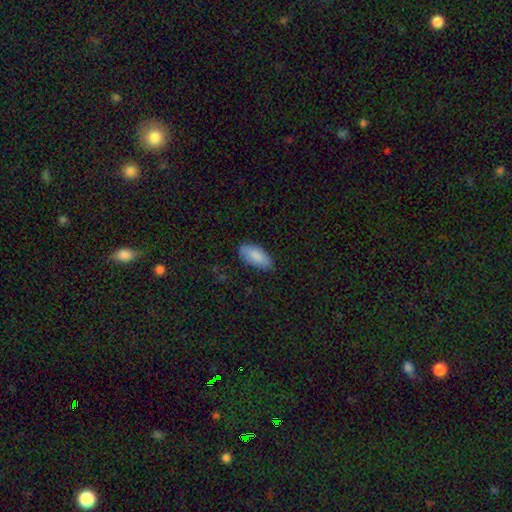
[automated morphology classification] This is clearly a smooth galaxy (87%). How rounded: clearly in between (85%). Merging: clearly none (84%).